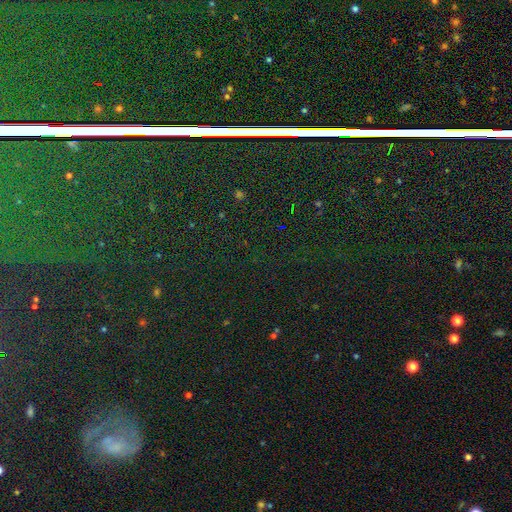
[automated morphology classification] This is clearly a star or artifact rather than a galaxy (82%).